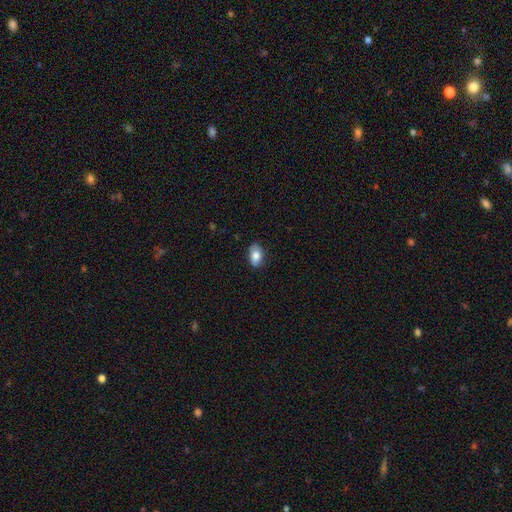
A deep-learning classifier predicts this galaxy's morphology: smooth_or_featured: smooth (p=0.82) [alt: featured or disk p=0.10]
how_rounded: in between (p=0.90) [alt: round p=0.07]
merging: none (p=0.81) [alt: minor disturbance p=0.16]